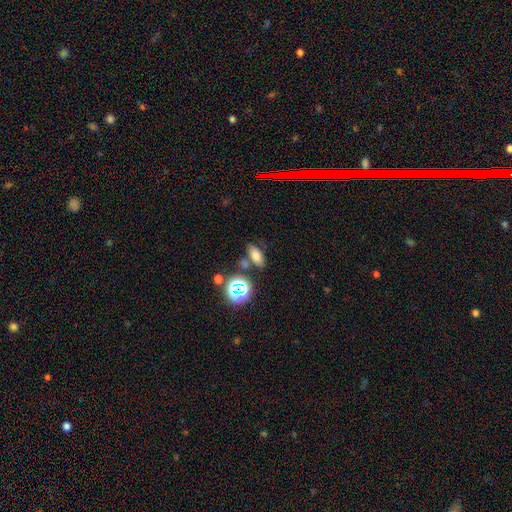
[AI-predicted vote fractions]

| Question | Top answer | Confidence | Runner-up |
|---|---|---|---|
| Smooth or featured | smooth | 70% | star or artifact (20%) |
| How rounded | in between | 80% | round (12%) |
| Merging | none | 69% | minor disturbance (14%) |